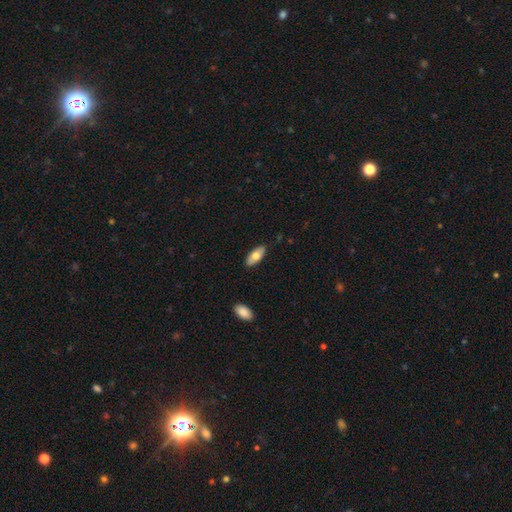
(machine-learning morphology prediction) Smooth or featured: smooth — 70% (featured or disk — 24%)
How rounded: in between — 85% (cigar-shaped — 12%)
Merging: none — 86% (minor disturbance — 11%)